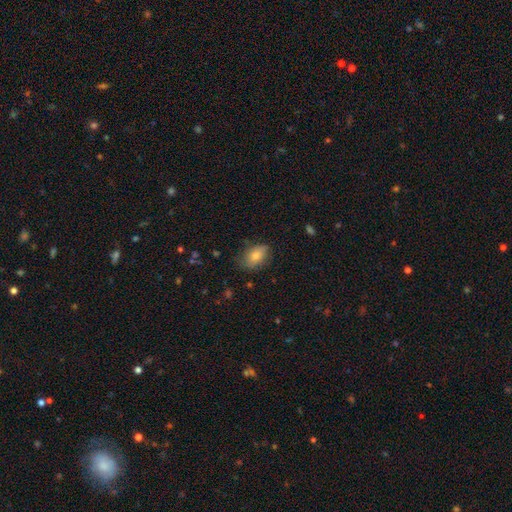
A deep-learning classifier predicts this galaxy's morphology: Smooth or featured? Predicted: smooth (p=0.79). How rounded? Predicted: in between (p=0.86). Merging? Predicted: none (p=0.69).